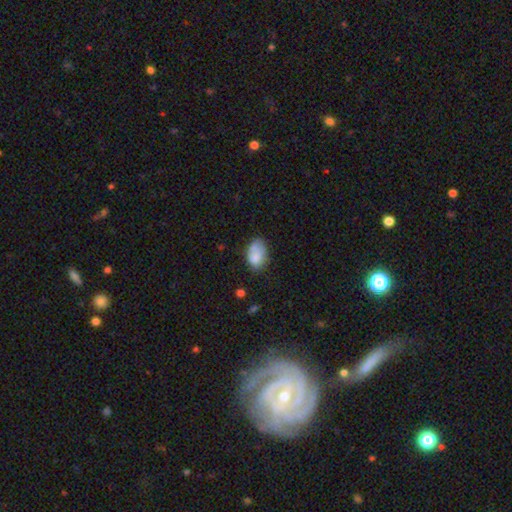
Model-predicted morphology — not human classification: This is likely a smooth galaxy (76%). How rounded: clearly in between (87%). Merging: possibly none (50%).